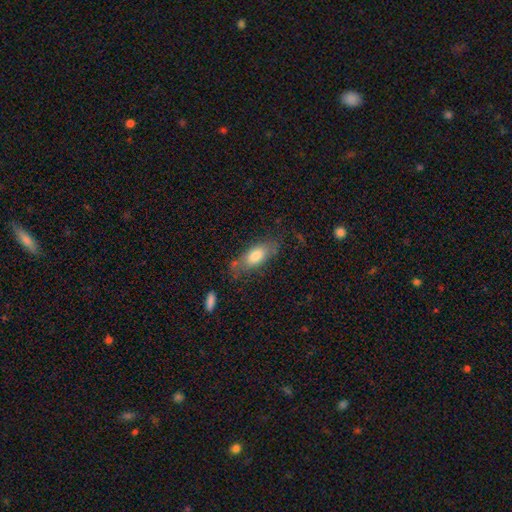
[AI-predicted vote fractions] This appears to be a smooth galaxy with no disk features (71%) that is in between round and cigar-shaped (77%). Merging: none (62%).